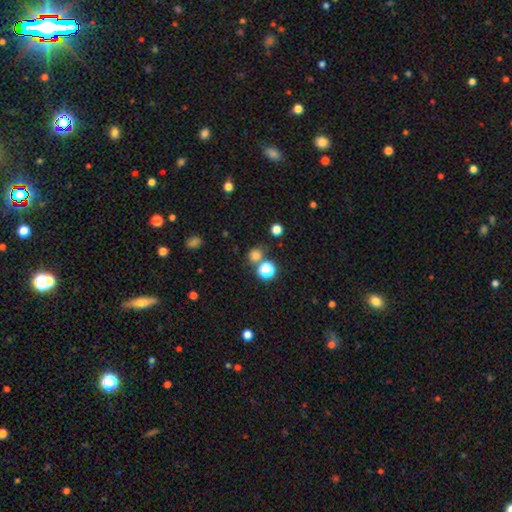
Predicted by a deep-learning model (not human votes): The model was most divided on "smooth or featured": smooth: 71%, star or artifact: 24%, featured or disk: 6%. More confident: how rounded — round (85%); merging — none (70%).